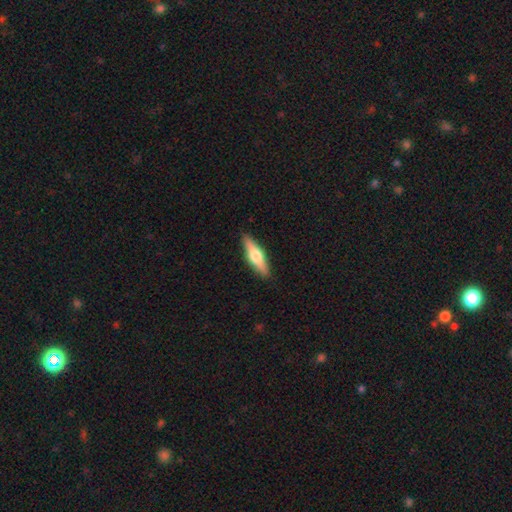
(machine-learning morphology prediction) A featured or disk galaxy (48%).

Vote fractions:
- Smooth or featured? featured or disk: 48% / smooth: 46% / star or artifact: 6%
- Merging? none: 90% / minor disturbance: 8% / major disturbance: 2% / merger: 1%